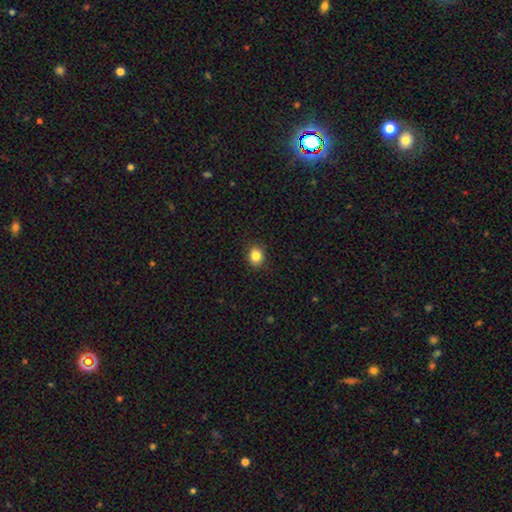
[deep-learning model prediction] The model was most divided on "how rounded": round: 69%, in between: 30%, cigar-shaped: 1%. More confident: merging — none (90%); smooth or featured — smooth (84%).